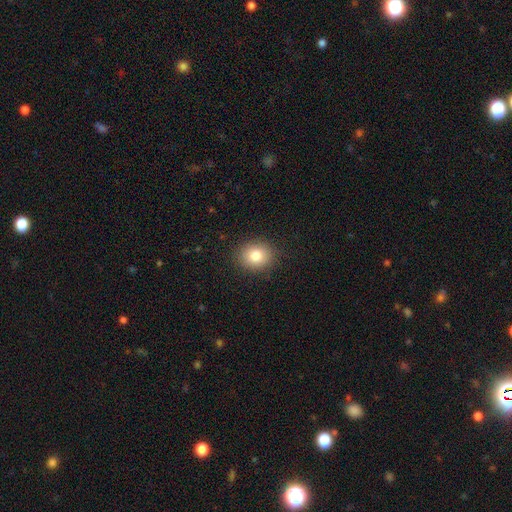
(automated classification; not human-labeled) Smooth or featured: smooth — 81% (star or artifact — 10%)
How rounded: round — 67% (in between — 32%)
Merging: none — 89% (minor disturbance — 8%)